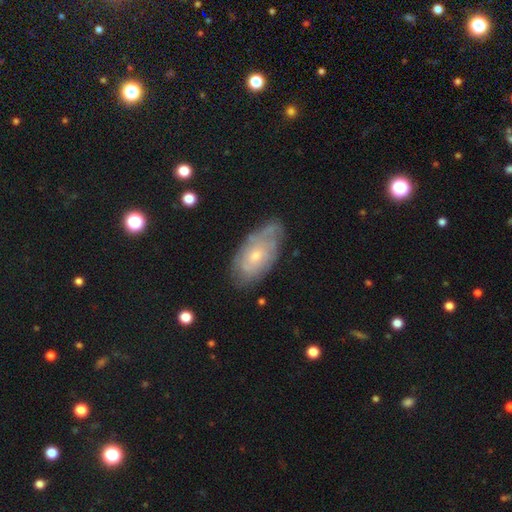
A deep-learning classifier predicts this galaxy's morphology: A featured or disk galaxy (57%) with no bar (79%), spiral arms (67%) and a small central bulge (62%). Merging: none (64%).